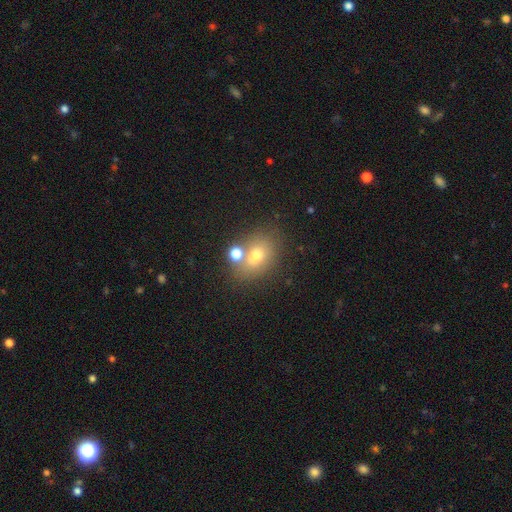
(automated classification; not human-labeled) The model was most divided on "how rounded": in between: 58%, round: 40%, cigar-shaped: 1%. More confident: smooth or featured — smooth (67%); merging — none (57%).